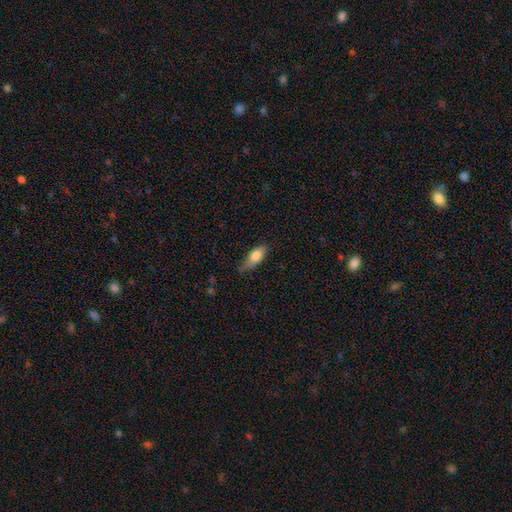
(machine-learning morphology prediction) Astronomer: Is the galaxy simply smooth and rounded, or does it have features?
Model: smooth — 75%.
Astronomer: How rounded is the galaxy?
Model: in between — 74%.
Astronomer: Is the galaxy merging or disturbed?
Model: none — 56% (runner-up: minor disturbance, 34%).